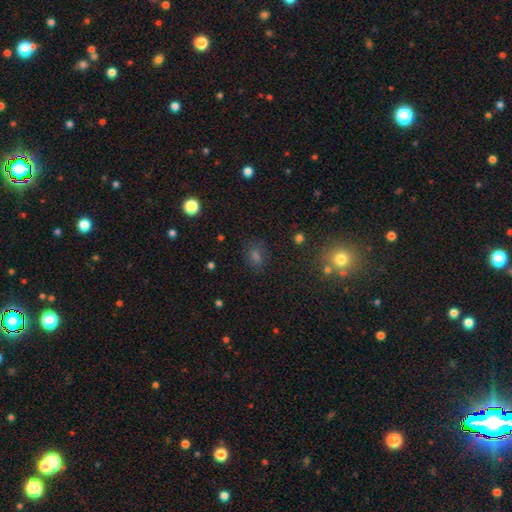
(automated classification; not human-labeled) Morphology: type=smooth (60%); roundness=round (53%); merging=none (81%).